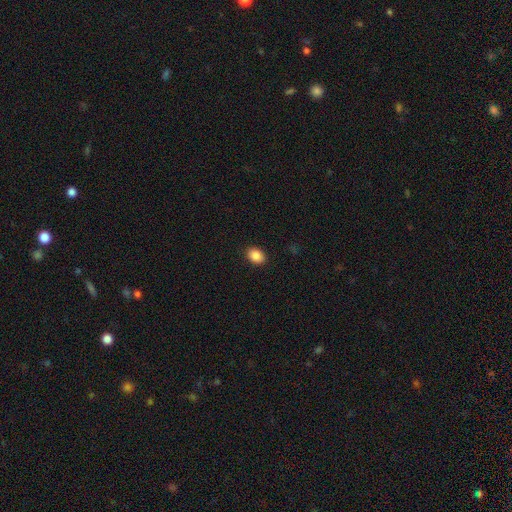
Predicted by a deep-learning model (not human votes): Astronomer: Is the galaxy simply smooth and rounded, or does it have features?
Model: smooth — 87%.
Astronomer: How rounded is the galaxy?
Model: in between — 67%.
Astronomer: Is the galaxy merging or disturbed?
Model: none — 91%.